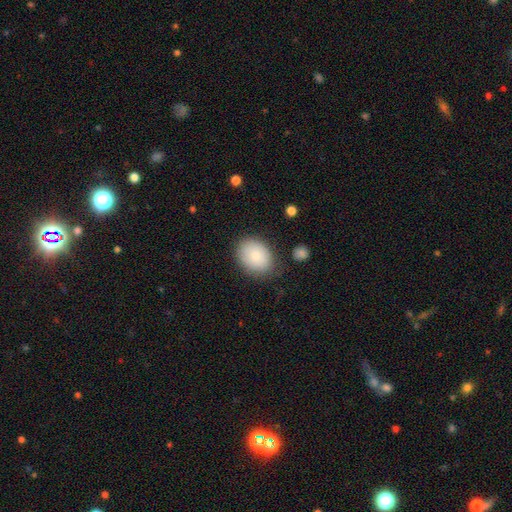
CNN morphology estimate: Smooth or featured? smooth (85%)
How rounded? in between (58%)
Merging? none (77%)